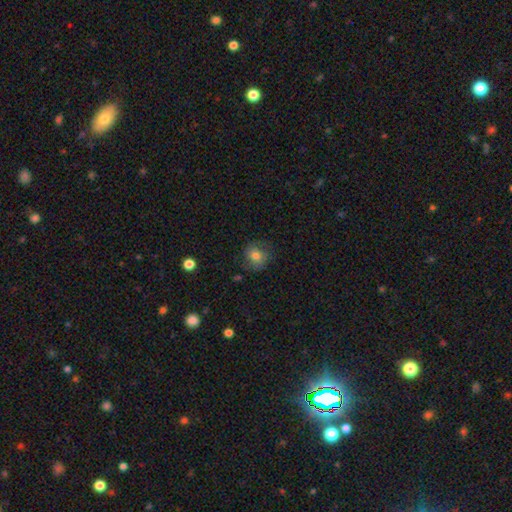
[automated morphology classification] Smooth or featured?
  - smooth: 73% *
  - featured or disk: 17%
  - star or artifact: 10%
How rounded?
  - round: 77% *
  - in between: 22%
  - cigar-shaped: 1%
Merging?
  - none: 74% *
  - minor disturbance: 18%
  - major disturbance: 7%
  - merger: 1%